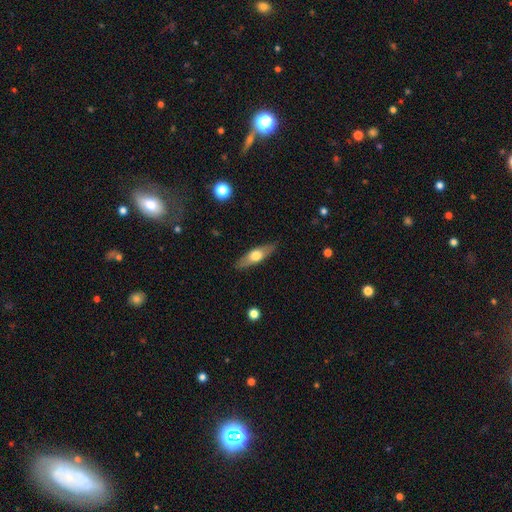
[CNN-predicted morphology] smooth 51%, featured or disk 43%, star or artifact 6%. Down the decision tree: how rounded — cigar-shaped (52%); merging — none (87%).